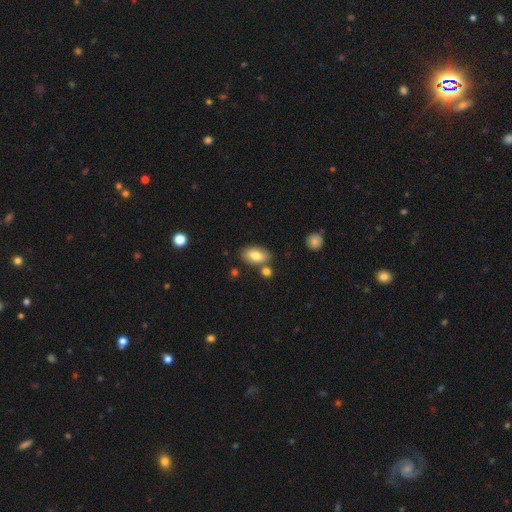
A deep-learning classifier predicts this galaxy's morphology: Smooth or featured? Predicted: smooth (p=0.80). How rounded? Predicted: in between (p=0.91). Merging? Predicted: none (p=0.73).